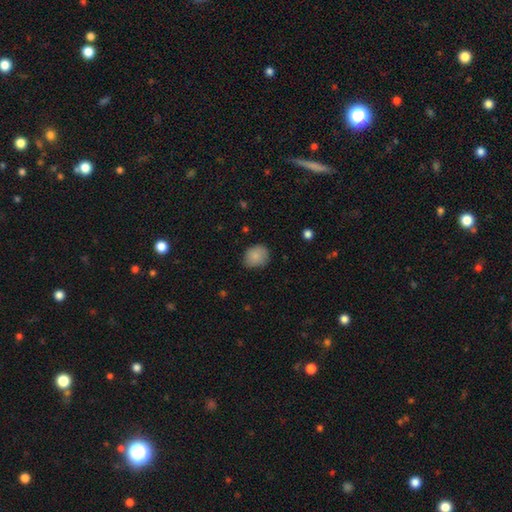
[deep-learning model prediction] smooth-or-featured: smooth: 86% | star or artifact: 8% | featured or disk: 6%
  how-rounded: round: 62% | in between: 37% | cigar-shaped: 1%
  merging: none: 76% | minor disturbance: 19% | major disturbance: 4% | merger: 1%